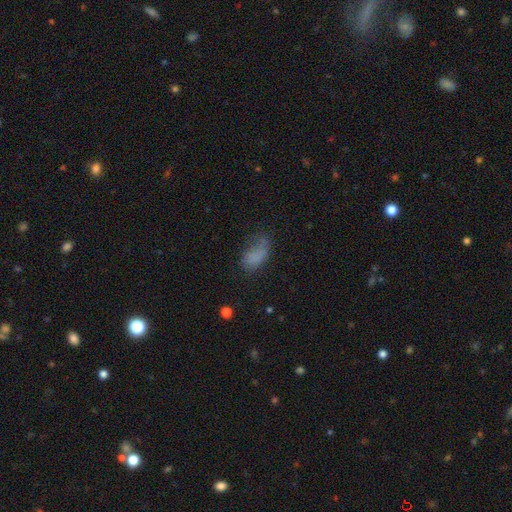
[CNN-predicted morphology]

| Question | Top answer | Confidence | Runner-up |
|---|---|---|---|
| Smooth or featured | smooth | 73% | featured or disk (15%) |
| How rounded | in between | 90% | round (6%) |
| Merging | major disturbance | 35% | none (32%) |